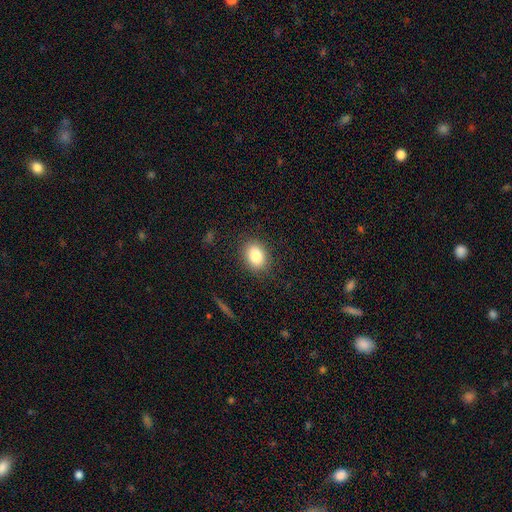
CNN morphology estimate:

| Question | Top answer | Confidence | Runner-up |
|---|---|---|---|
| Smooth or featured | smooth | 84% | star or artifact (9%) |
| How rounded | in between | 66% | round (33%) |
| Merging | none | 86% | minor disturbance (10%) |